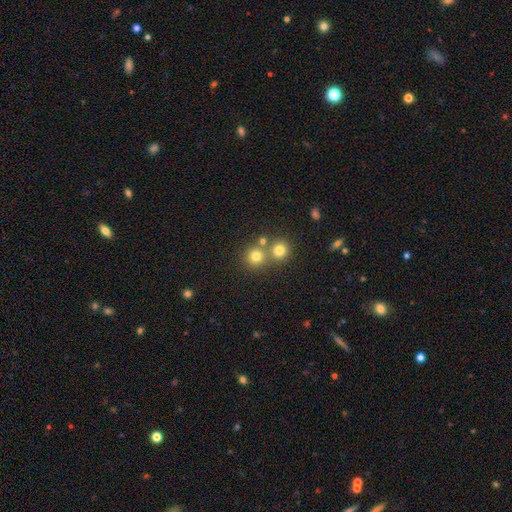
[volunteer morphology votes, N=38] Smooth or featured? 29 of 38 (76%) said smooth. How rounded? 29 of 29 (100%) said round. Merging? 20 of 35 (57%) said none.